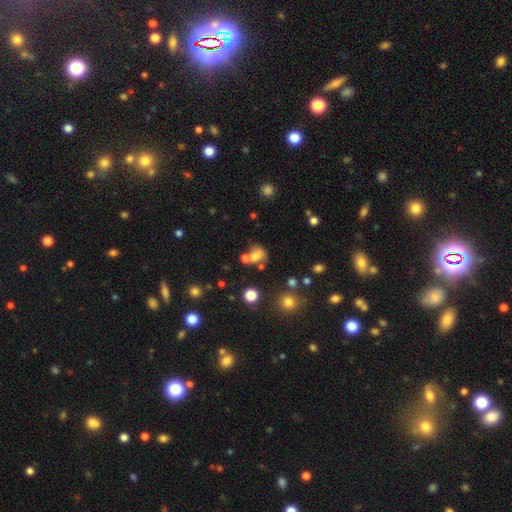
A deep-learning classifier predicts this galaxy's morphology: The model was most divided on "merging": none: 44%, merger: 30%, minor disturbance: 17%, major disturbance: 9%. More confident: smooth or featured — smooth (70%); how rounded — round (58%).